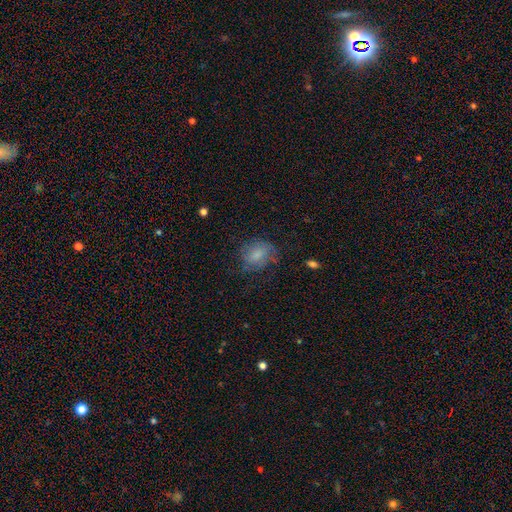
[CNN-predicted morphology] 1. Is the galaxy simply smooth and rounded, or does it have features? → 61% smooth, 26% featured or disk, 14% star or artifact.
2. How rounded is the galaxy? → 53% in between, 46% round, 1% cigar-shaped.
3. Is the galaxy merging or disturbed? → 65% none, 22% minor disturbance, 11% major disturbance, 1% merger.